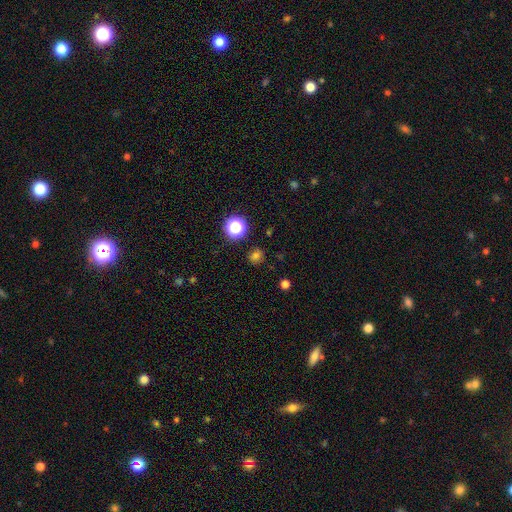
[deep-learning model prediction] Smooth or featured?
  - smooth: 72% *
  - star or artifact: 22%
  - featured or disk: 5%
How rounded?
  - round: 79% *
  - in between: 20%
  - cigar-shaped: 1%
Merging?
  - none: 85% *
  - minor disturbance: 10%
  - major disturbance: 3%
  - merger: 2%